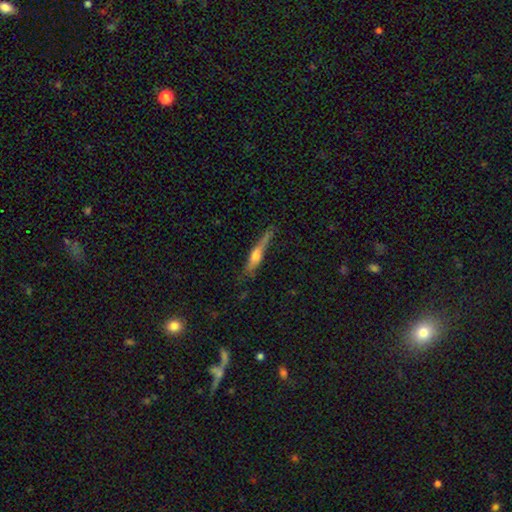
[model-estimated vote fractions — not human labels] Smooth or featured?
  - smooth: 47% *
  - featured or disk: 46%
  - star or artifact: 7%
Merging?
  - none: 58% *
  - minor disturbance: 29%
  - major disturbance: 11%
  - merger: 3%